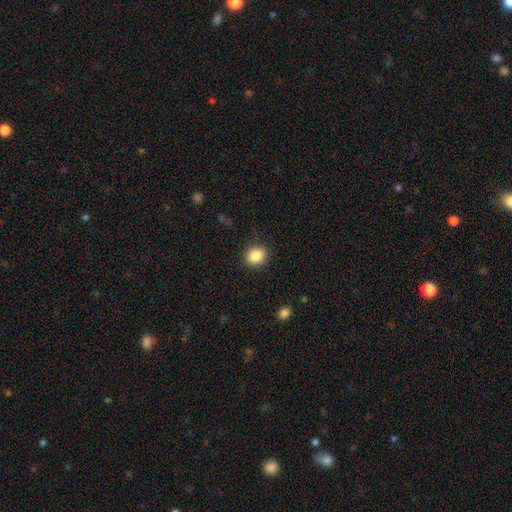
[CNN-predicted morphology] smooth-or-featured: smooth: 87% | star or artifact: 9% | featured or disk: 4%
  how-rounded: round: 71% | in between: 28% | cigar-shaped: 1%
  merging: none: 88% | minor disturbance: 8% | major disturbance: 3% | merger: 1%